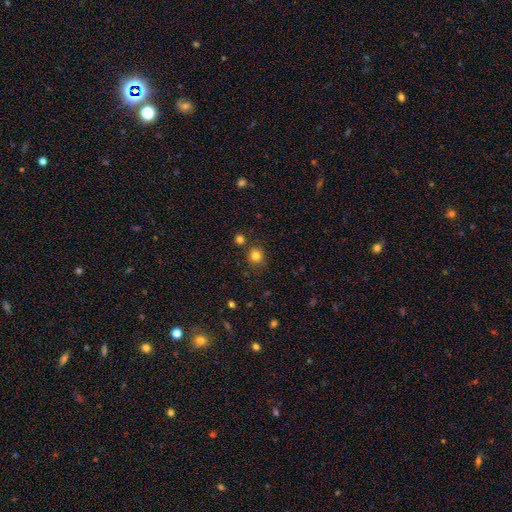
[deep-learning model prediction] Overall: smooth (80%). How rounded: round (89%). Merging: none (80%).